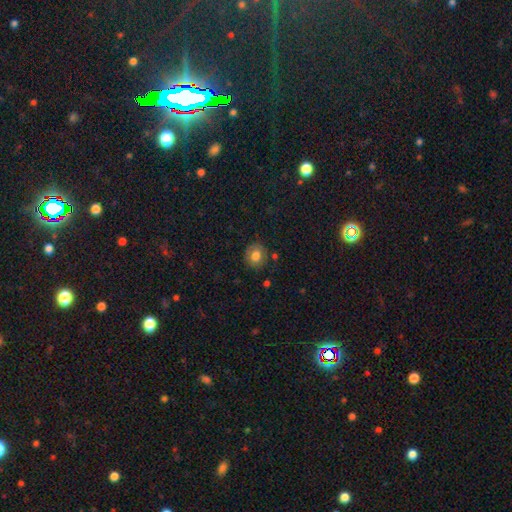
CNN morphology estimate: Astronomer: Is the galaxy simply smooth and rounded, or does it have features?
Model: smooth — 77%.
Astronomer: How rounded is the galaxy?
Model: round — 75%.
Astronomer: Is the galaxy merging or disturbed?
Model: none — 81%.